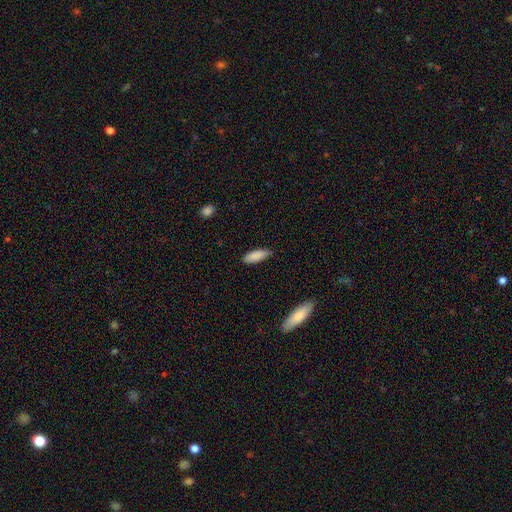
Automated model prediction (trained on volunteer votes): Q: Smooth or featured?
A: smooth (88%); runner-up: star or artifact (6%)
Q: How rounded?
A: in between (62%); runner-up: cigar-shaped (36%)
Q: Merging?
A: none (83%); runner-up: minor disturbance (13%)